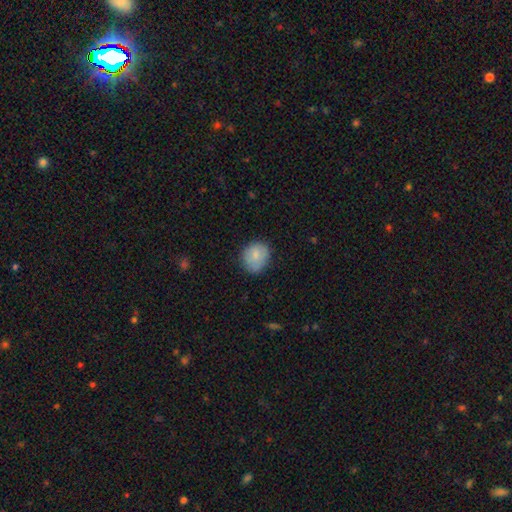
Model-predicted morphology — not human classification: Overall: smooth (80%). How rounded: round (66%; in between 33%). Merging: none (70%).